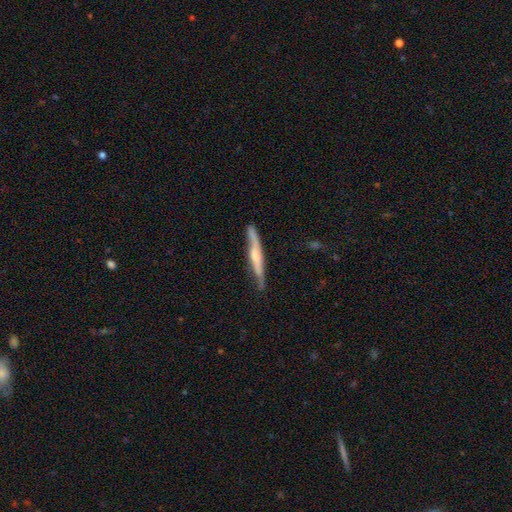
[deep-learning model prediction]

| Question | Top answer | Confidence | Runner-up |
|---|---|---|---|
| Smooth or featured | featured or disk | 62% | smooth (32%) |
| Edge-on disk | yes | 92% | no (8%) |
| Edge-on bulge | rounded | 54% | none (27%) |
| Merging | none | 76% | minor disturbance (18%) |